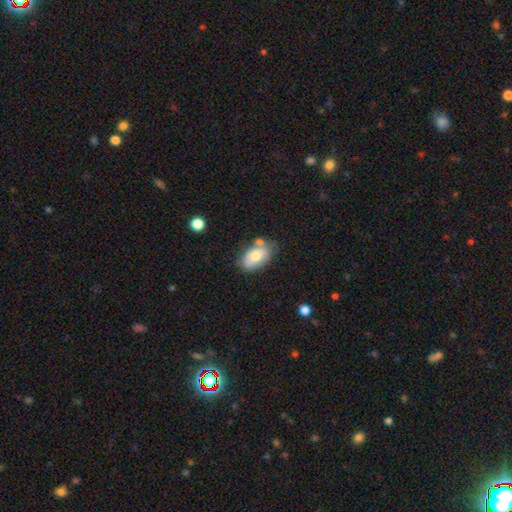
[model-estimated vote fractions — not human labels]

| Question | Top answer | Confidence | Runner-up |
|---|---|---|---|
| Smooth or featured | smooth | 70% | featured or disk (23%) |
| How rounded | in between | 91% | round (7%) |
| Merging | none | 55% | minor disturbance (23%) |